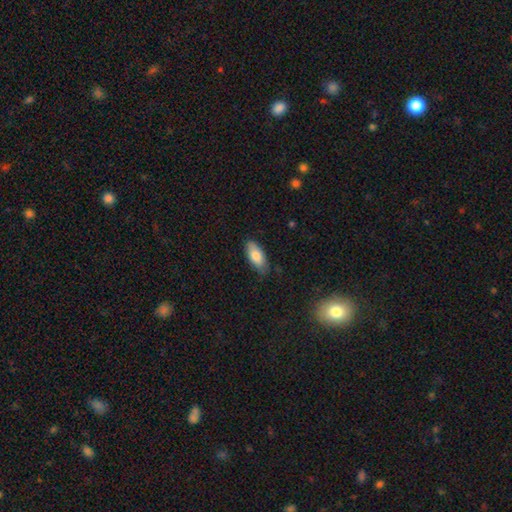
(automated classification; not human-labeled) smooth-or-featured: smooth: 80% | featured or disk: 14% | star or artifact: 6%
  how-rounded: in between: 86% | cigar-shaped: 11% | round: 2%
  merging: none: 78% | minor disturbance: 18% | major disturbance: 3% | merger: 1%